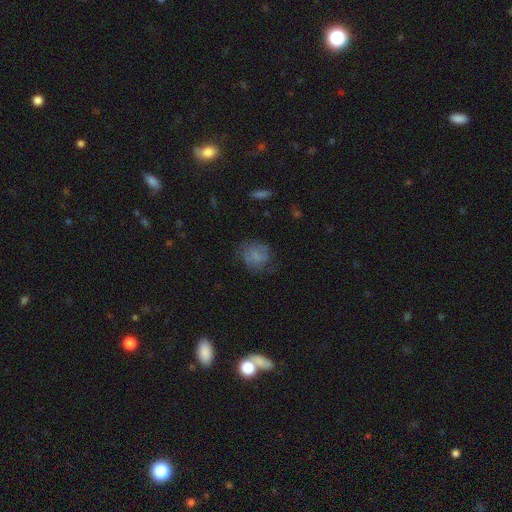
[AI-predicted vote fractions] smooth_or_featured: smooth (p=0.59) [alt: featured or disk p=0.31]
how_rounded: round (p=0.73) [alt: in between p=0.26]
merging: none (p=0.60) [alt: minor disturbance p=0.24]